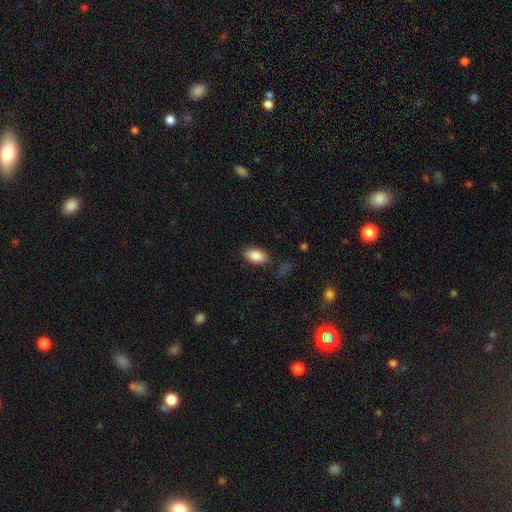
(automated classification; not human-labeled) smooth_or_featured: smooth (p=0.88) [alt: star or artifact p=0.07]
how_rounded: in between (p=0.92) [alt: round p=0.05]
merging: none (p=0.84) [alt: minor disturbance p=0.12]